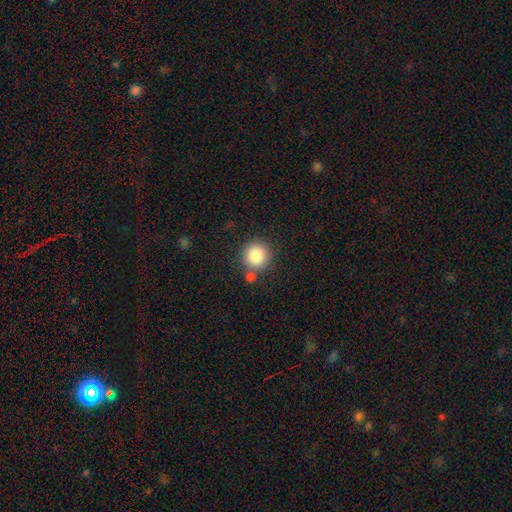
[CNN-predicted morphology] Q: Smooth or featured?
A: smooth (85%); runner-up: star or artifact (9%)
Q: How rounded?
A: round (91%); runner-up: in between (8%)
Q: Merging?
A: none (72%); runner-up: merger (13%)